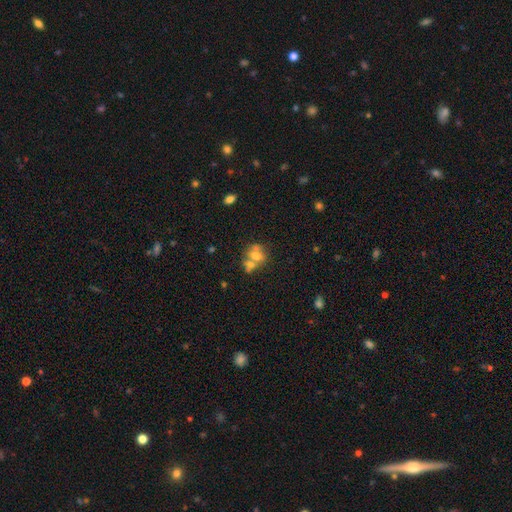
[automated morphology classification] Smooth or featured?
  - smooth: 62% *
  - featured or disk: 25%
  - star or artifact: 13%
How rounded?
  - round: 58% *
  - in between: 40%
  - cigar-shaped: 2%
Merging?
  - merger: 47% *
  - none: 36%
  - minor disturbance: 11%
  - major disturbance: 6%